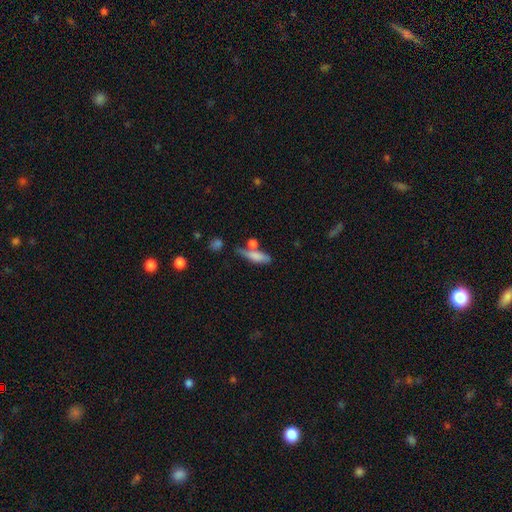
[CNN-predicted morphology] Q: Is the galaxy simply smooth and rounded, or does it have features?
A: smooth — 73%.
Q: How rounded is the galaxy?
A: cigar-shaped — 52%.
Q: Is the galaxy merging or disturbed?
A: none — 45%.